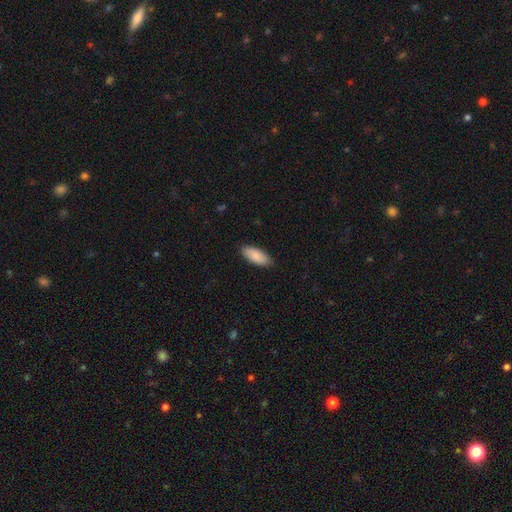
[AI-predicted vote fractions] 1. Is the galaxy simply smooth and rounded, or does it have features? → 87% smooth, 7% featured or disk, 6% star or artifact.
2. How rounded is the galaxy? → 85% in between, 14% cigar-shaped, 2% round.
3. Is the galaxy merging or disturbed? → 87% none, 10% minor disturbance, 2% major disturbance, 1% merger.